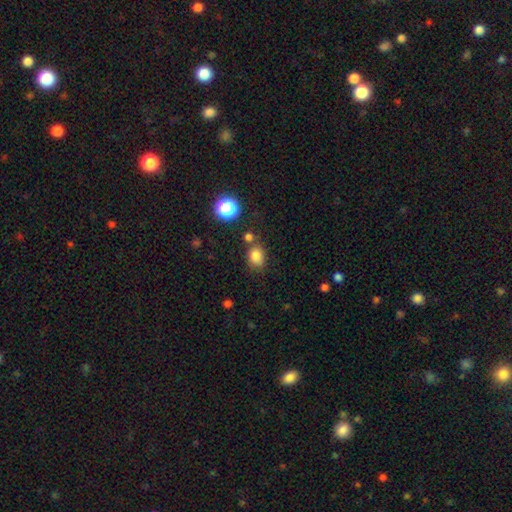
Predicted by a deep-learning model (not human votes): smooth 80%, star or artifact 13%, featured or disk 7%. Down the decision tree: how rounded — round (50%); merging — none (66%).